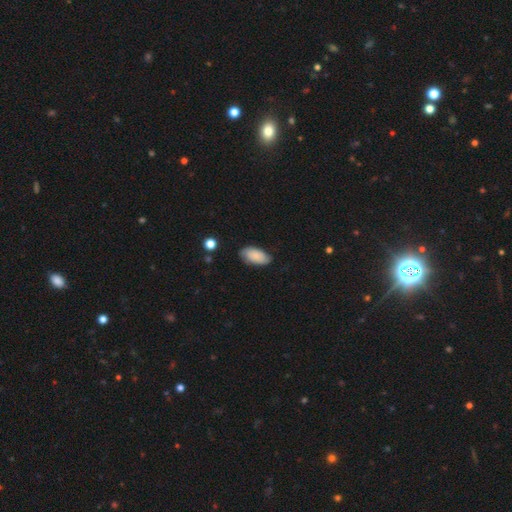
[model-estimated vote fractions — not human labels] A smooth galaxy with no disk features (81%) that is in between round and cigar-shaped (94%). Merging: none (75%).